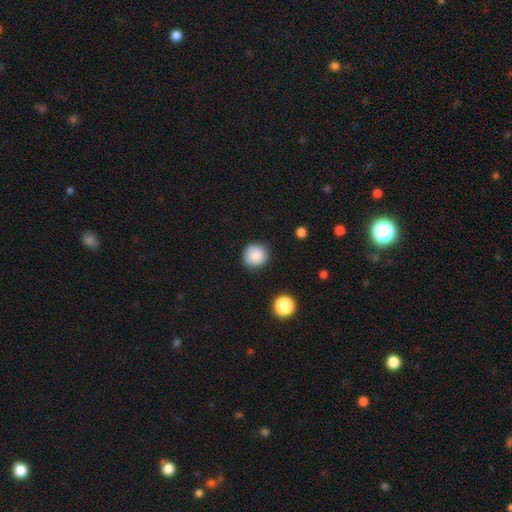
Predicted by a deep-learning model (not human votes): smooth 84%, star or artifact 9%, featured or disk 7%. Down the decision tree: how rounded — round (91%); merging — none (82%).